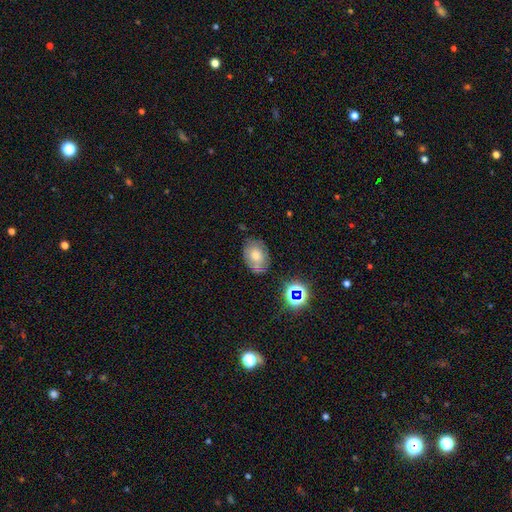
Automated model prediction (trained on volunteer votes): Smooth or featured?
  - smooth: 57% *
  - featured or disk: 27%
  - star or artifact: 16%
How rounded?
  - in between: 77% *
  - round: 22%
  - cigar-shaped: 1%
Merging?
  - none: 74% *
  - minor disturbance: 18%
  - major disturbance: 5%
  - merger: 3%